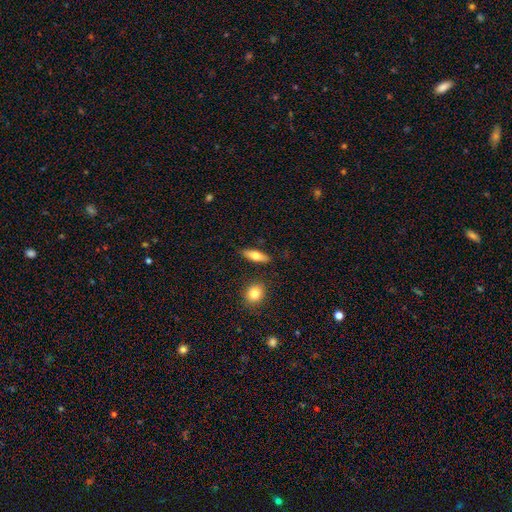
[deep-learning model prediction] Smooth or featured?
  - smooth: 63% *
  - featured or disk: 30%
  - star or artifact: 6%
How rounded?
  - in between: 50% *
  - cigar-shaped: 46%
  - round: 4%
Merging?
  - none: 87% *
  - minor disturbance: 8%
  - merger: 3%
  - major disturbance: 2%